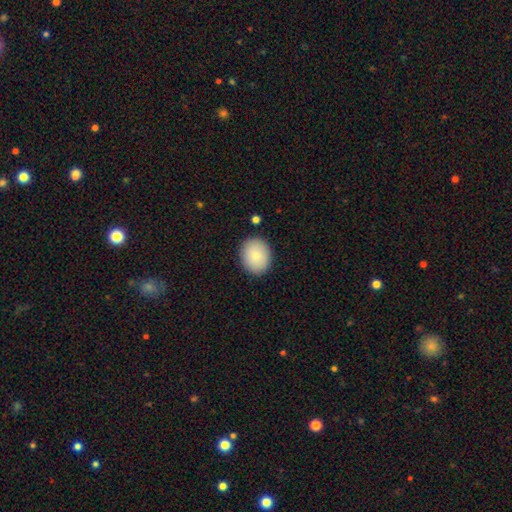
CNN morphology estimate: type=smooth (83%); roundness=round (58%); merging=none (88%).